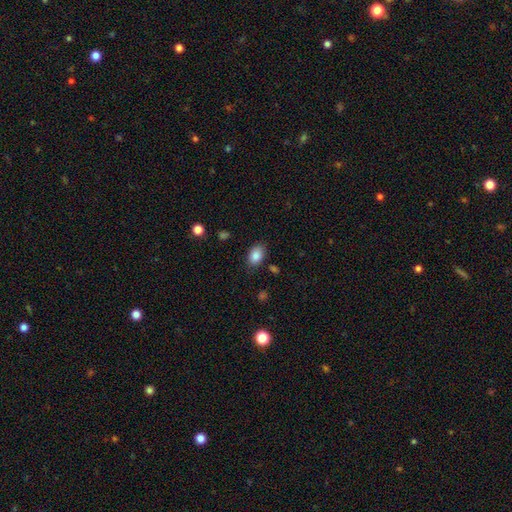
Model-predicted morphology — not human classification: Smooth or featured? Predicted: smooth (p=0.86). How rounded? Predicted: in between (p=0.85). Merging? Predicted: none (p=0.81).